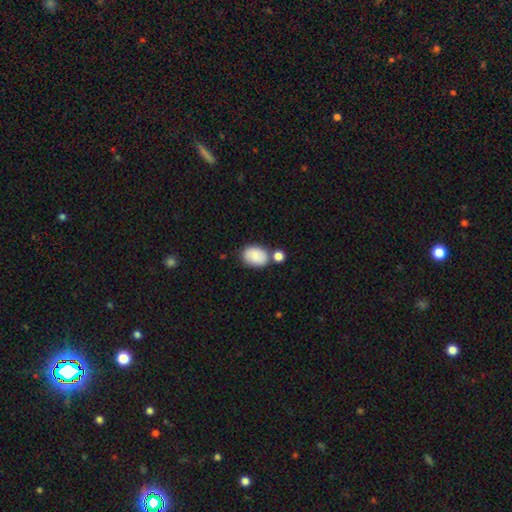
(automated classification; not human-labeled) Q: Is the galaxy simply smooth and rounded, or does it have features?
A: smooth — 84%.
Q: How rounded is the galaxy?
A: in between — 76%.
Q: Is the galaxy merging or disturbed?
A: none — 58%.